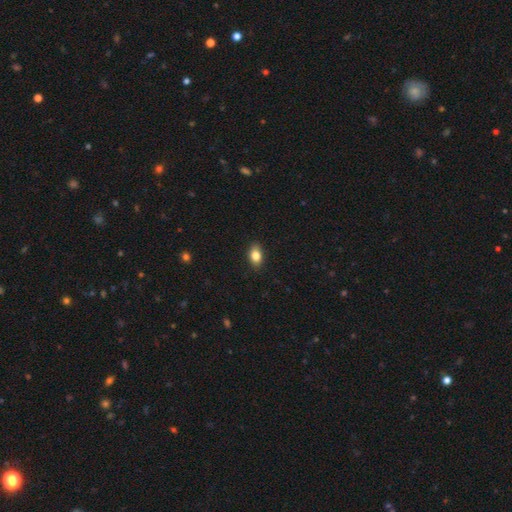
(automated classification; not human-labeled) A smooth galaxy with no disk features (83%) that is in between round and cigar-shaped (84%). Merging: none (87%).